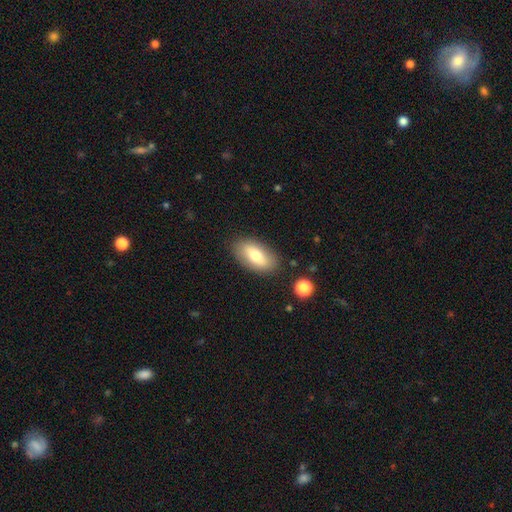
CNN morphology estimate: Smooth or featured? Predicted: smooth (p=0.72). How rounded? Predicted: in between (p=0.90). Merging? Predicted: none (p=0.84).